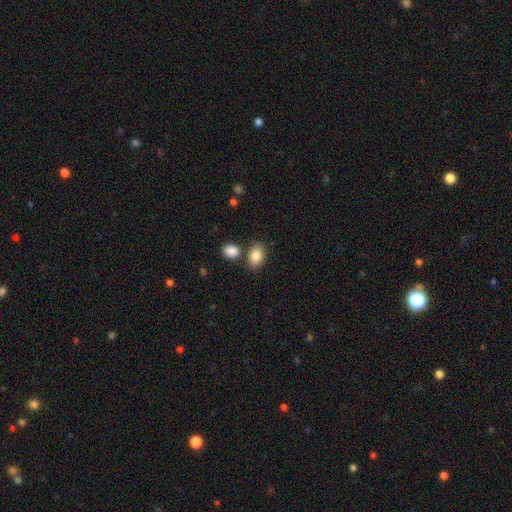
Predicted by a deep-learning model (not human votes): This appears to be a smooth galaxy with no disk features (86%) that is in between round and cigar-shaped (82%). Merging: none (70%).